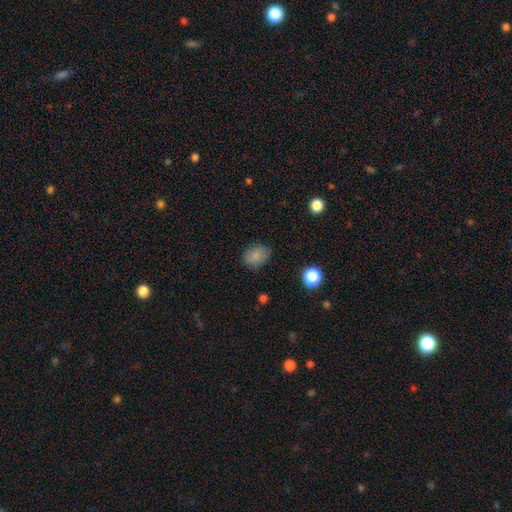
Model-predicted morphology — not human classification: This is clearly a smooth galaxy (84%). How rounded: likely in between (63%). Merging: clearly none (81%).